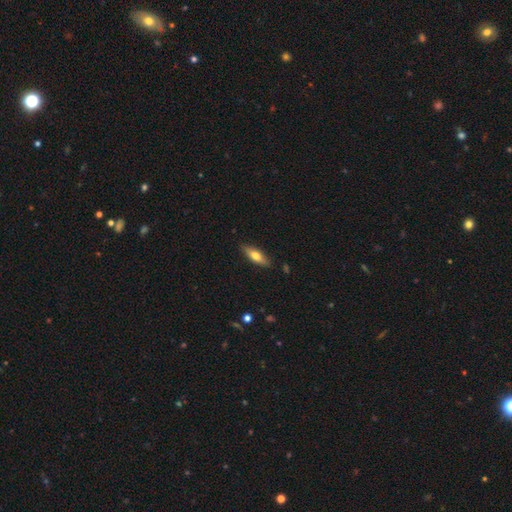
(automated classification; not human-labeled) smooth-or-featured: smooth: 63% | featured or disk: 31% | star or artifact: 6%
  how-rounded: in between: 54% | cigar-shaped: 44% | round: 2%
  merging: none: 86% | minor disturbance: 10% | major disturbance: 2% | merger: 1%